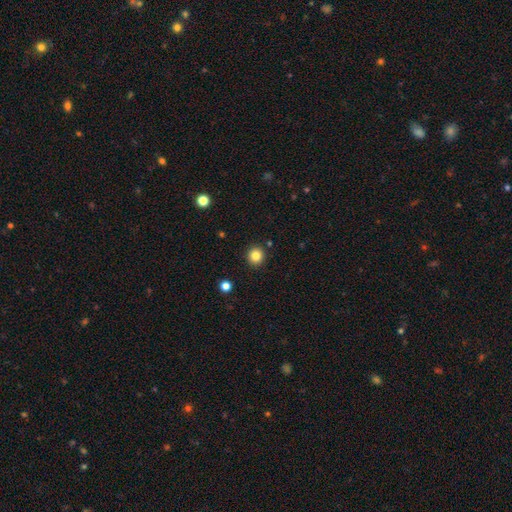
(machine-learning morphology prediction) Overall: smooth (84%). How rounded: round (94%). Merging: none (91%).